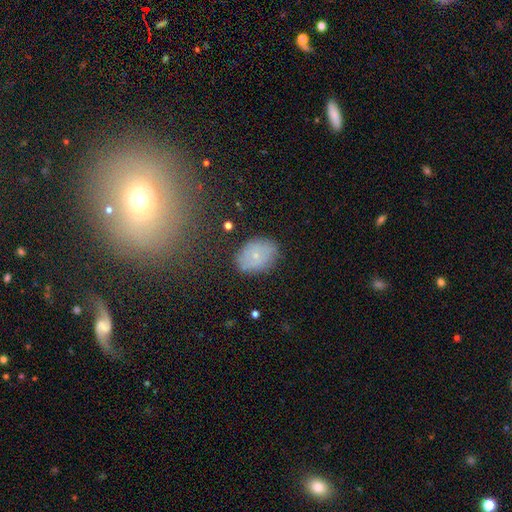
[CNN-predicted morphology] smooth 62%, featured or disk 29%, star or artifact 10%. Down the decision tree: how rounded — in between (76%); merging — none (78%).